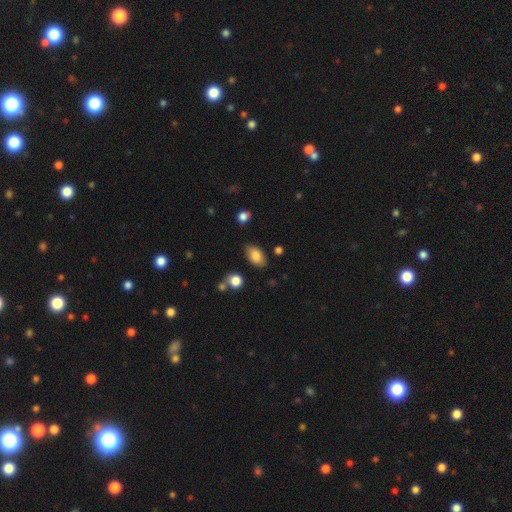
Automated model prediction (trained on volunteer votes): Q: Smooth or featured?
A: smooth (83%); runner-up: featured or disk (9%)
Q: How rounded?
A: in between (91%); runner-up: round (7%)
Q: Merging?
A: none (82%); runner-up: minor disturbance (13%)